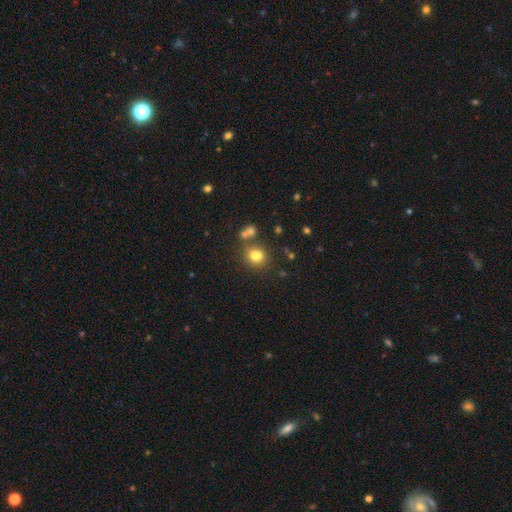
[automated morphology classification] type=smooth (79%); roundness=round (58%); merging=none (67%).